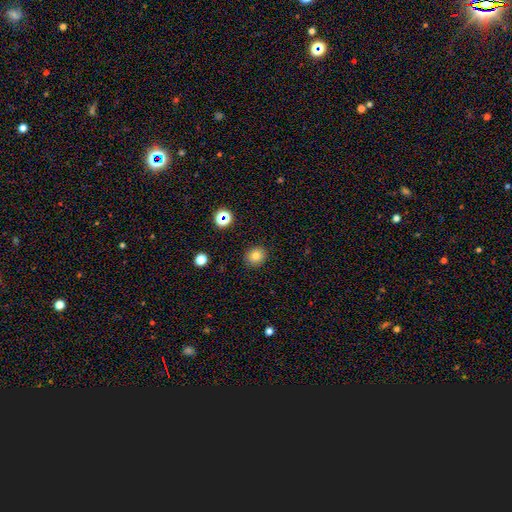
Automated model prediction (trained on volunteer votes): smooth 79%, star or artifact 13%, featured or disk 8%. Down the decision tree: how rounded — round (81%); merging — none (90%).